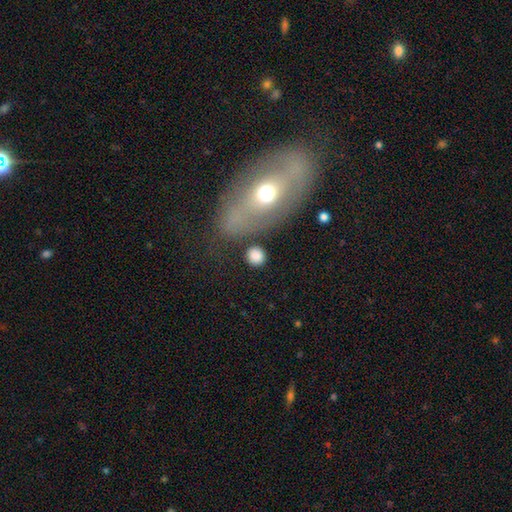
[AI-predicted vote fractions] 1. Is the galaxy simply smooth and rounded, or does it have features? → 84% smooth, 9% star or artifact, 7% featured or disk.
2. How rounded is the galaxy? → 83% round, 16% in between, 2% cigar-shaped.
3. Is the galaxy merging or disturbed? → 79% none, 9% minor disturbance, 6% merger, 5% major disturbance.